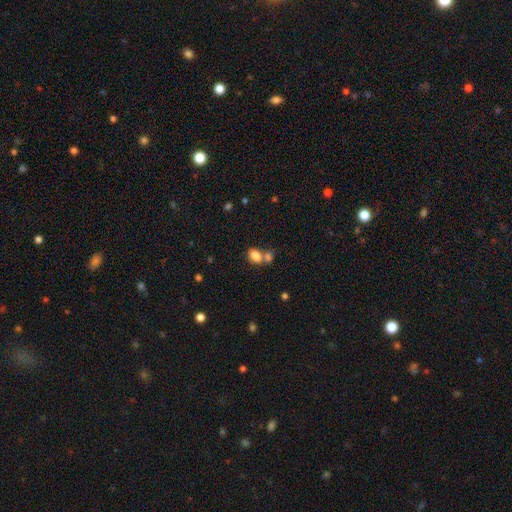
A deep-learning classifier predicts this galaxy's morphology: Overall: smooth (83%). How rounded: in between (80%). Merging: merger (45%; none 41%).